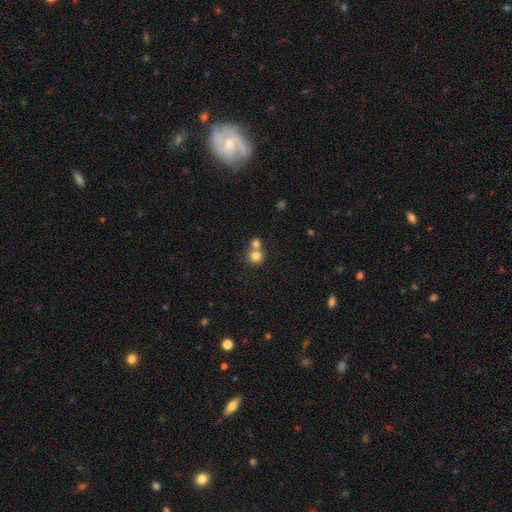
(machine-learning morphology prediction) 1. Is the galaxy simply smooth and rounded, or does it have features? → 80% smooth, 12% star or artifact, 8% featured or disk.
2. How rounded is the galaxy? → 90% round, 9% in between, 1% cigar-shaped.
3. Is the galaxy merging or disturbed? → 48% none, 45% merger, 5% minor disturbance, 2% major disturbance.